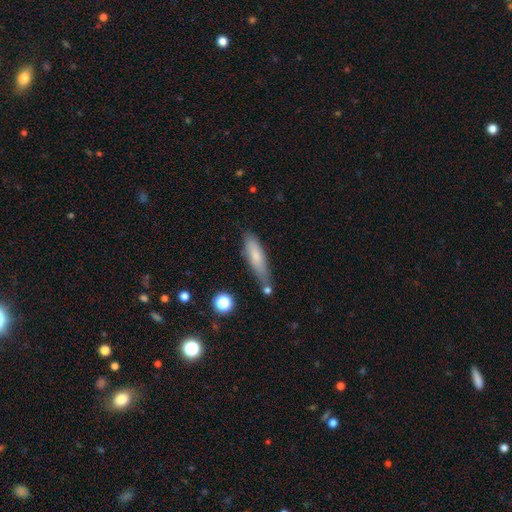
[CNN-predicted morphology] smooth_or_featured: smooth (p=0.74) [alt: featured or disk p=0.19]
how_rounded: cigar-shaped (p=0.68) [alt: in between p=0.30]
merging: none (p=0.64) [alt: minor disturbance p=0.23]